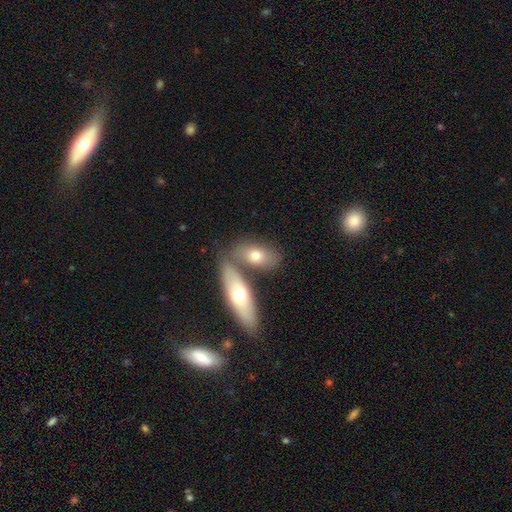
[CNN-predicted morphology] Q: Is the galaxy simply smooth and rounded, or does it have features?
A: smooth — 68%.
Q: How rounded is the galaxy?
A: in between — 79%.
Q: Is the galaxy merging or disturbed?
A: none — 46%.